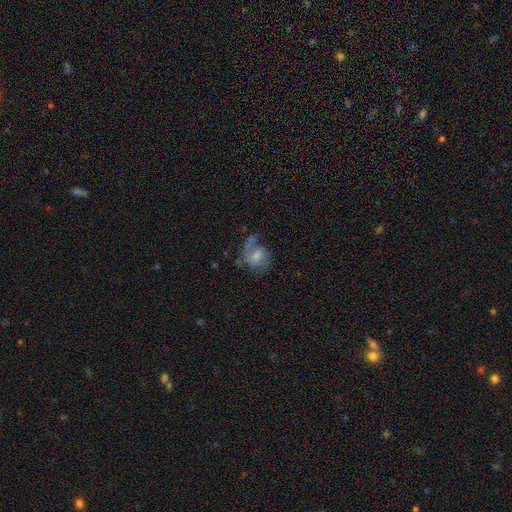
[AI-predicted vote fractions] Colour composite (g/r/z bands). It shows a featured or disk galaxy (60%) with no bar (51%), spiral arms (81%) and a moderate central bulge (41%). Merging: none (43%).